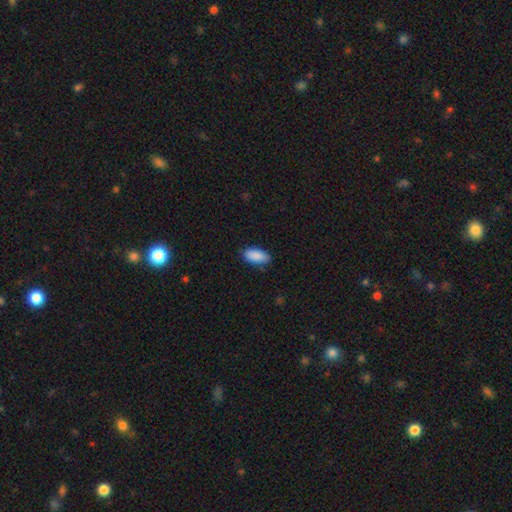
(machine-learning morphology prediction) smooth 90%, star or artifact 6%, featured or disk 4%. Down the decision tree: how rounded — in between (92%); merging — none (80%).